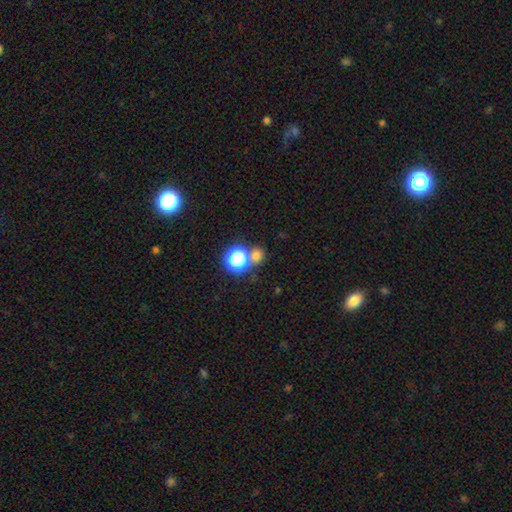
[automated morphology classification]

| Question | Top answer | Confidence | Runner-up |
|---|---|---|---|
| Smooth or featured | smooth | 68% | star or artifact (26%) |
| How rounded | round | 82% | in between (17%) |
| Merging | none | 64% | merger (25%) |